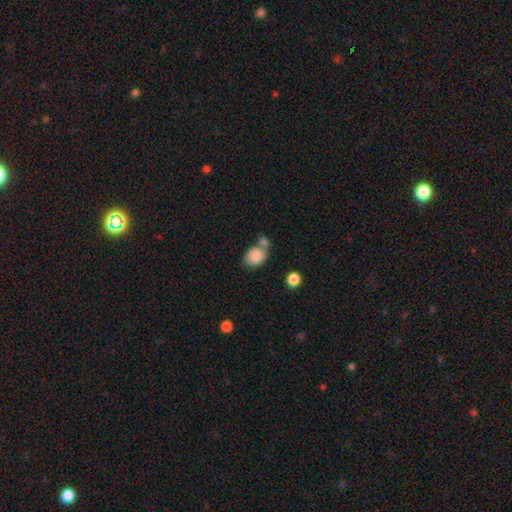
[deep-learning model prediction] Overall: smooth (85%). How rounded: in between (59%; round 40%). Merging: none (44%; merger 35%).